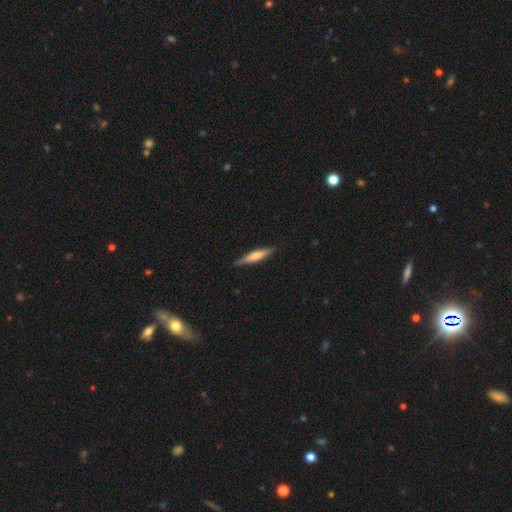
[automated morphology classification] type=smooth (53%); roundness=cigar-shaped (90%); merging=none (87%).